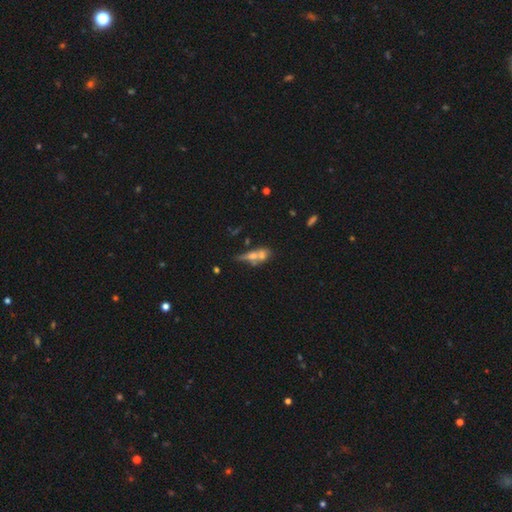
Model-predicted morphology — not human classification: smooth 44% (tied), featured or disk 44% (tied), star or artifact 12%. Down the decision tree: merging — merger (51%).